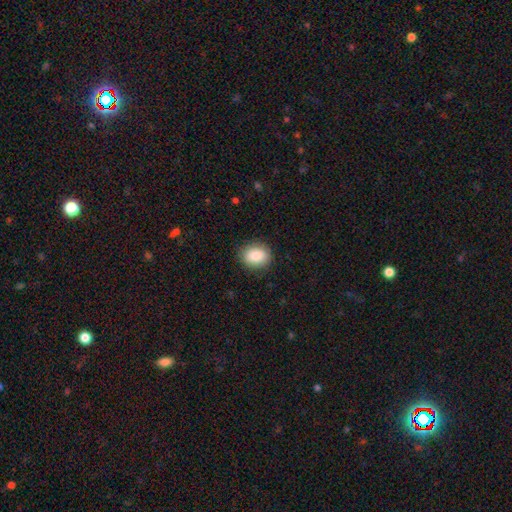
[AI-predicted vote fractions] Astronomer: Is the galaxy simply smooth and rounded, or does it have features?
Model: smooth — 87%.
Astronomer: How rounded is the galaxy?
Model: round — 53% (runner-up: in between, 46%).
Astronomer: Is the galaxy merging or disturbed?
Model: none — 87%.